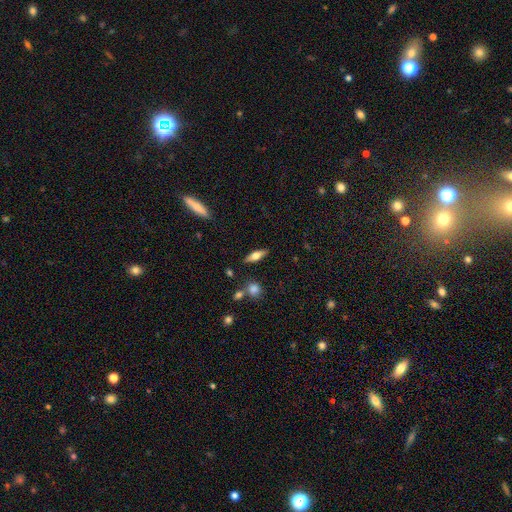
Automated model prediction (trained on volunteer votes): Smooth or featured? Predicted: smooth (p=0.47). Merging? Predicted: none (p=0.84).